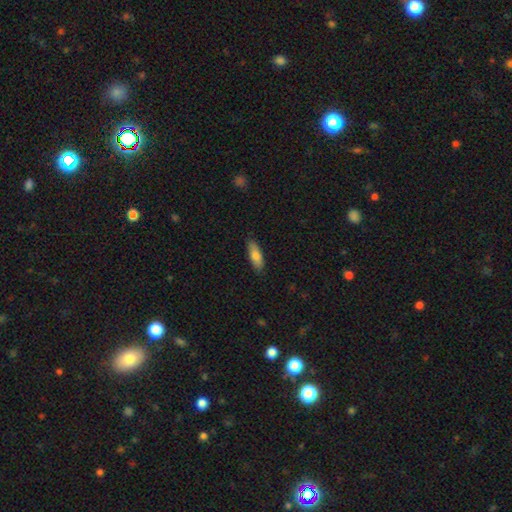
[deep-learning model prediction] smooth_or_featured: smooth (p=0.78) [alt: featured or disk p=0.16]
how_rounded: in between (p=0.61) [alt: cigar-shaped p=0.37]
merging: none (p=0.87) [alt: minor disturbance p=0.10]